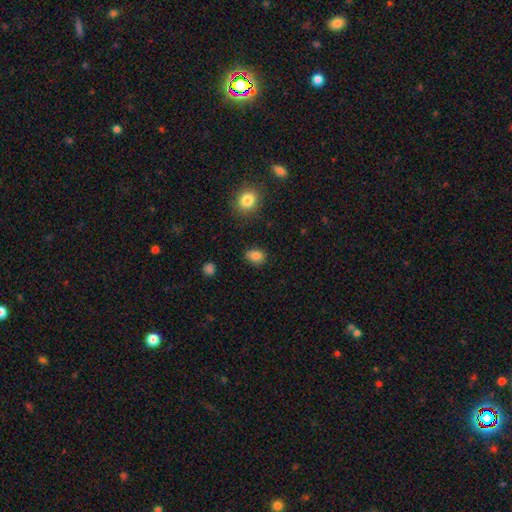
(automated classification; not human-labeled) smooth_or_featured: smooth (p=0.83) [alt: star or artifact p=0.11]
how_rounded: in between (p=0.59) [alt: round p=0.40]
merging: none (p=0.78) [alt: minor disturbance p=0.16]